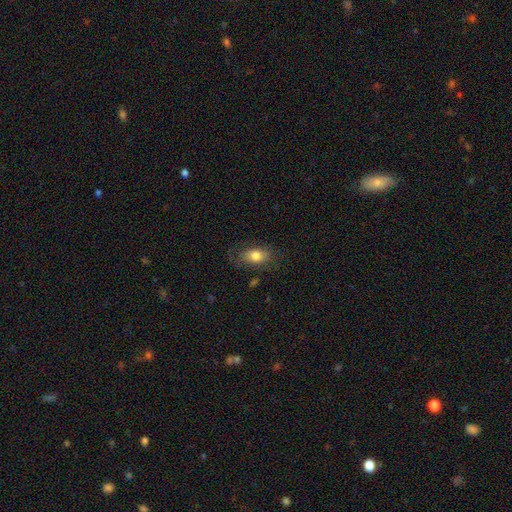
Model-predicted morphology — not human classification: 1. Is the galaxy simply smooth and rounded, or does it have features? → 77% smooth, 15% featured or disk, 8% star or artifact.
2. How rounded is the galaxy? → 85% in between, 11% round, 4% cigar-shaped.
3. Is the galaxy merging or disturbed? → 73% none, 19% minor disturbance, 7% major disturbance, 1% merger.